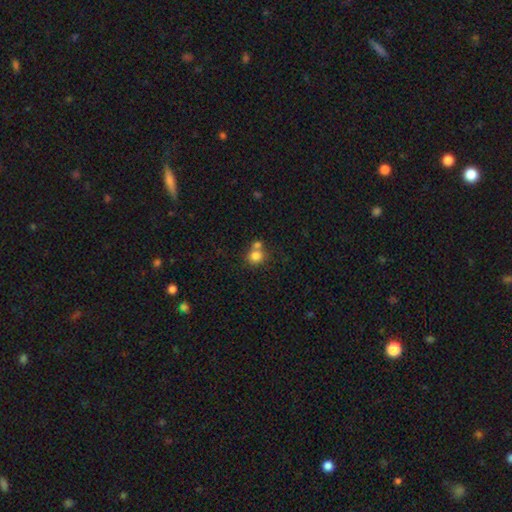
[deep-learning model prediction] This is clearly a smooth galaxy (81%). How rounded: clearly round (83%). Merging: possibly none (50%).